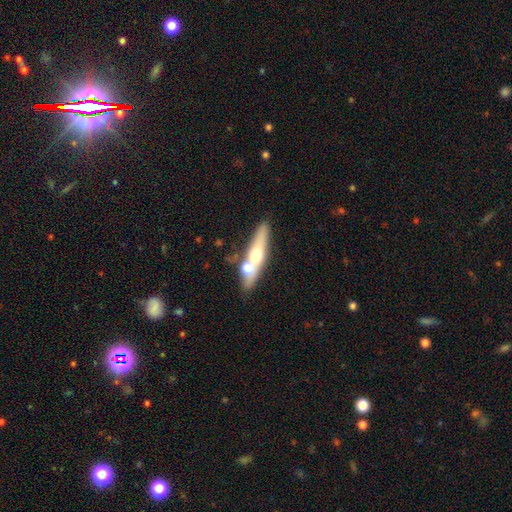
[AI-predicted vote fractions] smooth_or_featured: featured or disk (p=0.48) [alt: smooth p=0.45]
merging: merger (p=0.43) [alt: none p=0.41]